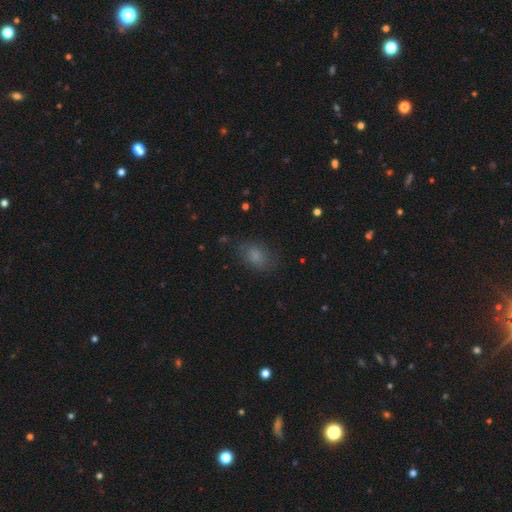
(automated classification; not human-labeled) This is likely a smooth galaxy (79%). How rounded: clearly in between (82%). Merging: likely none (75%).